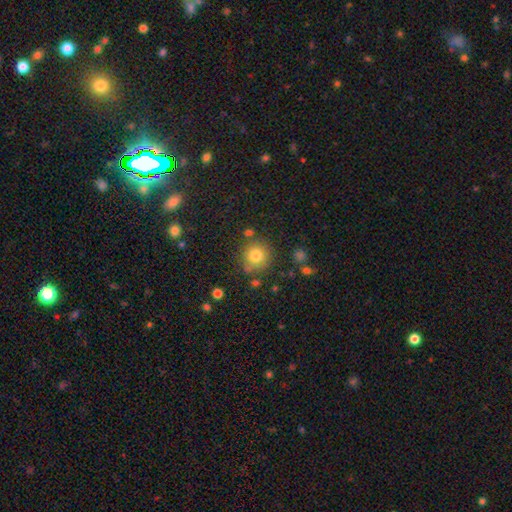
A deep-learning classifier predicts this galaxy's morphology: A smooth galaxy with no disk features (79%) that is round (92%). Merging: none (78%).